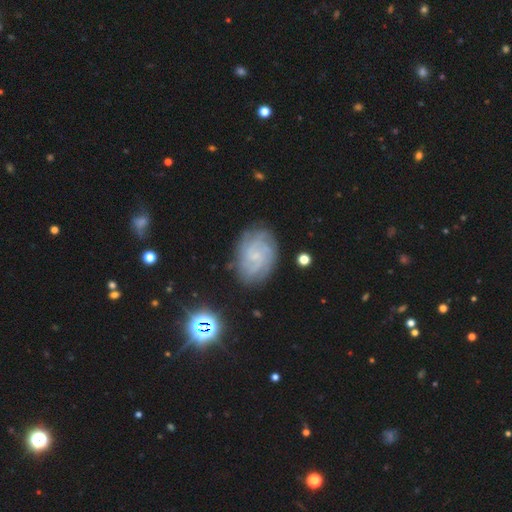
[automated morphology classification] Overall: featured or disk (79%). Edge-on disk: no (97%). Bar: no (64%; weak 31%). Spiral arms: yes (96%). Spiral arm count: can't tell (33%; 3 19%). Spiral winding: tight (64%; medium 30%). Bulge size: small (74%). Merging: none (79%).